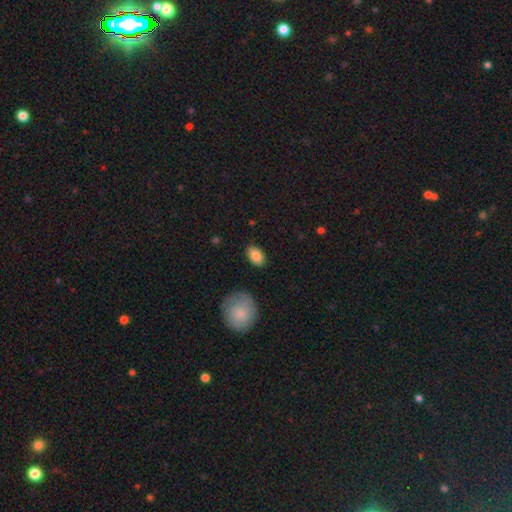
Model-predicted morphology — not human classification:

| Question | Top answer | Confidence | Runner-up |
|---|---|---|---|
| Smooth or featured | smooth | 85% | featured or disk (8%) |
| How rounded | in between | 90% | round (9%) |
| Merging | none | 87% | minor disturbance (10%) |